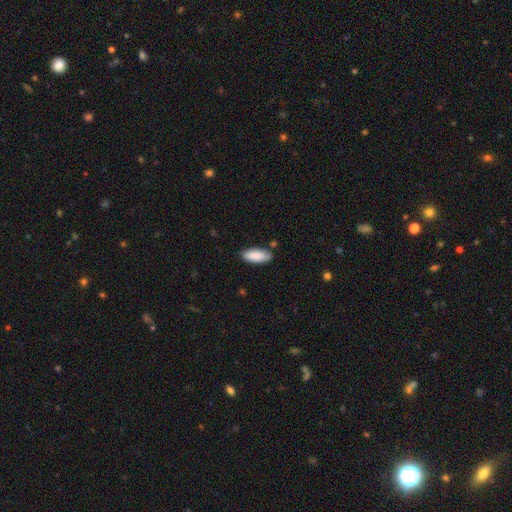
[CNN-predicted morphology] type=smooth (89%); roundness=in between (82%); merging=none (83%).